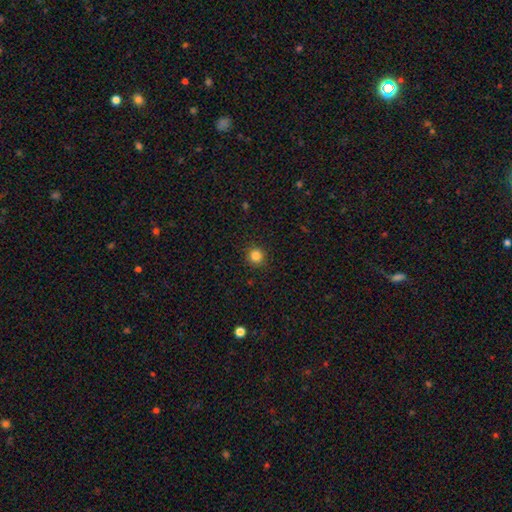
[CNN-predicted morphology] Smooth or featured? Predicted: smooth (p=0.84). How rounded? Predicted: round (p=0.94). Merging? Predicted: none (p=0.91).